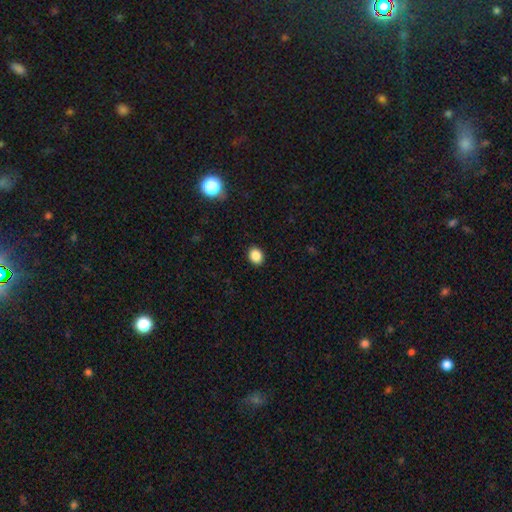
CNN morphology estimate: Smooth or featured: smooth — 87% (star or artifact — 10%)
How rounded: round — 54% (in between — 45%)
Merging: none — 91% (minor disturbance — 6%)